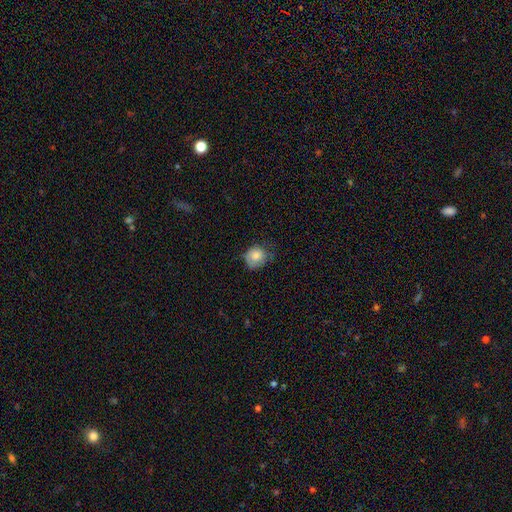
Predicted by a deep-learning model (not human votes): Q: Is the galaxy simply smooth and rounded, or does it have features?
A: smooth — 79%.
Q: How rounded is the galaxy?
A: round — 73%.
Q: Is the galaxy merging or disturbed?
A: none — 54%.